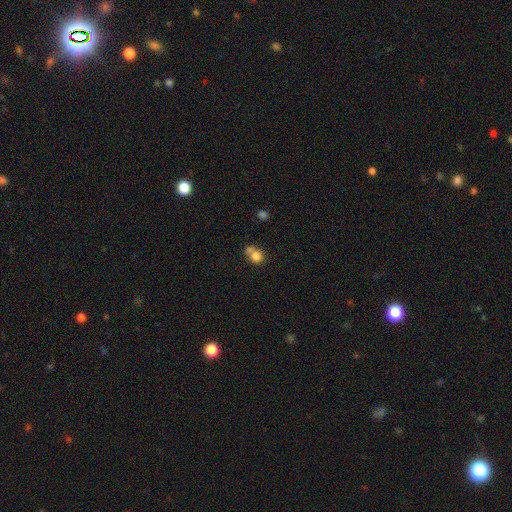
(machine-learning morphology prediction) A smooth galaxy with no disk features (78%) that is round (76%). Merging: merger (44%).